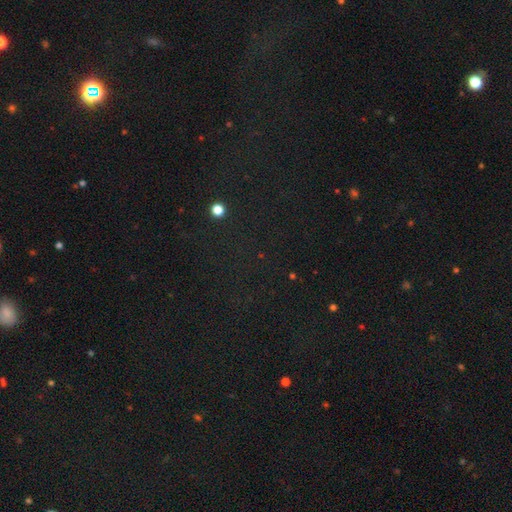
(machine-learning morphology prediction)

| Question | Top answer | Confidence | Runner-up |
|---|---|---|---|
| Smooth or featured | star or artifact | 74% | smooth (17%) |